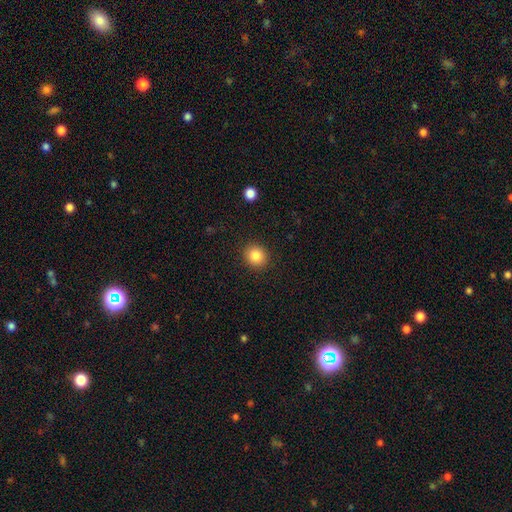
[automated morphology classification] A smooth galaxy with no disk features (84%) that is round (80%).

Vote fractions:
- Smooth or featured? smooth: 84% / star or artifact: 10% / featured or disk: 6%
- How rounded? round: 80% / in between: 19% / cigar-shaped: 1%
- Merging? none: 91% / minor disturbance: 6% / major disturbance: 2% / merger: 1%